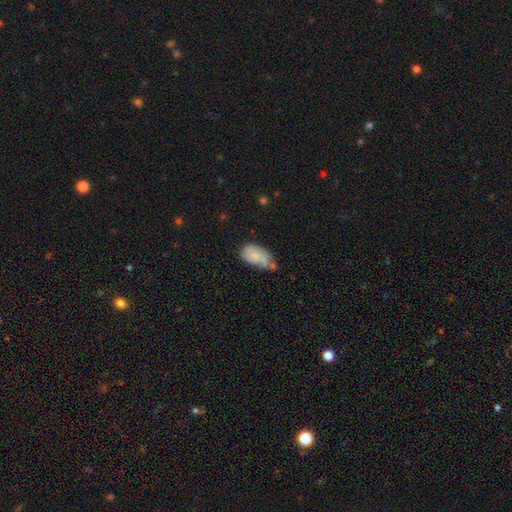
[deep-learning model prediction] Smooth or featured? Predicted: smooth (p=0.79). How rounded? Predicted: in between (p=0.93). Merging? Predicted: minor disturbance (p=0.40).